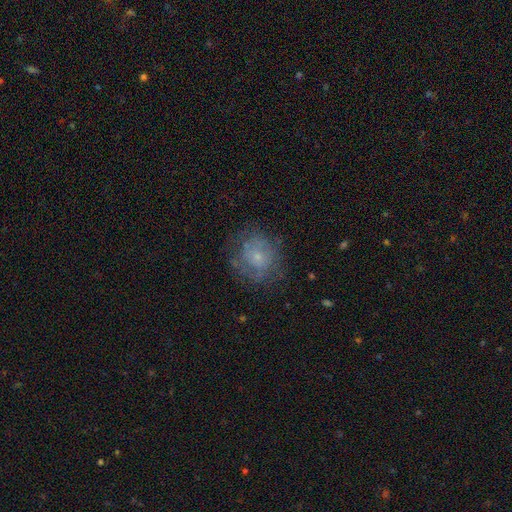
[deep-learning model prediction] Q: Smooth or featured?
A: smooth (46%); runner-up: featured or disk (42%)
Q: Merging?
A: none (68%); runner-up: minor disturbance (19%)